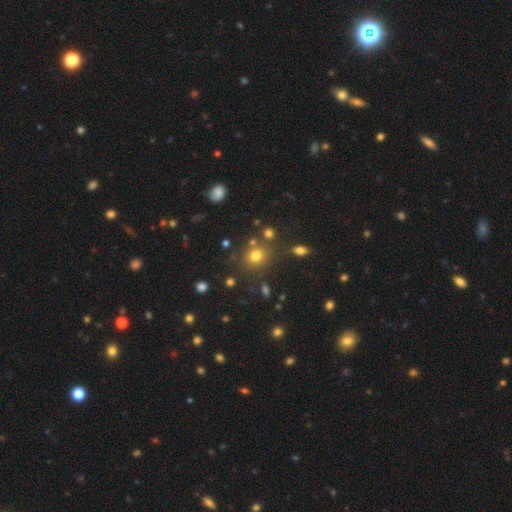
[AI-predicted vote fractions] A smooth galaxy with no disk features (74%) that is round (80%).

Vote fractions:
- Smooth or featured? smooth: 74% / star or artifact: 17% / featured or disk: 9%
- How rounded? round: 80% / in between: 19% / cigar-shaped: 1%
- Merging? none: 76% / minor disturbance: 11% / merger: 9% / major disturbance: 4%